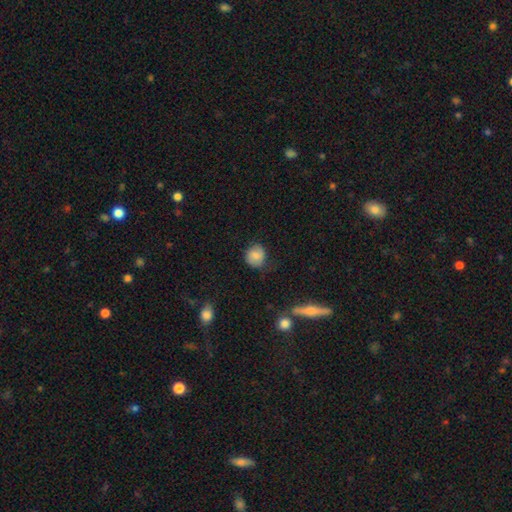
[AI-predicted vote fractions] smooth_or_featured: smooth (p=0.72) [alt: featured or disk p=0.20]
how_rounded: round (p=0.80) [alt: in between p=0.19]
merging: none (p=0.71) [alt: minor disturbance p=0.21]